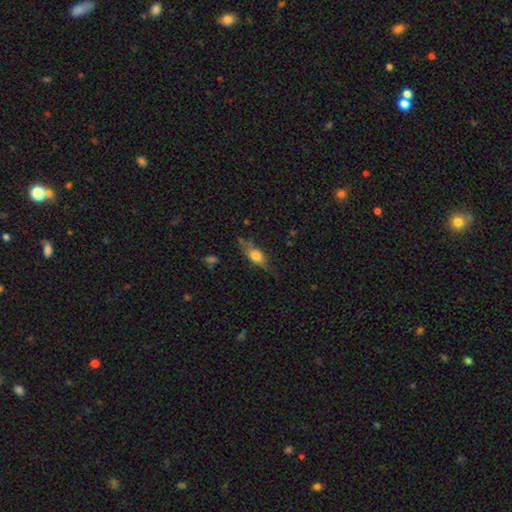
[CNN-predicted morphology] Smooth or featured: smooth — 68% (featured or disk — 23%)
How rounded: in between — 73% (cigar-shaped — 21%)
Merging: none — 62% (minor disturbance — 26%)